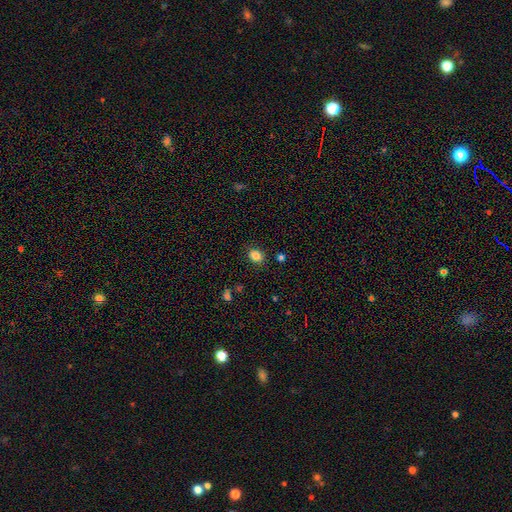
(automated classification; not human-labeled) A smooth galaxy with no disk features (84%) that is in between round and cigar-shaped (55%).

Vote fractions:
- Smooth or featured? smooth: 84% / star or artifact: 11% / featured or disk: 5%
- How rounded? in between: 55% / round: 44% / cigar-shaped: 1%
- Merging? none: 86% / minor disturbance: 10% / major disturbance: 3% / merger: 2%